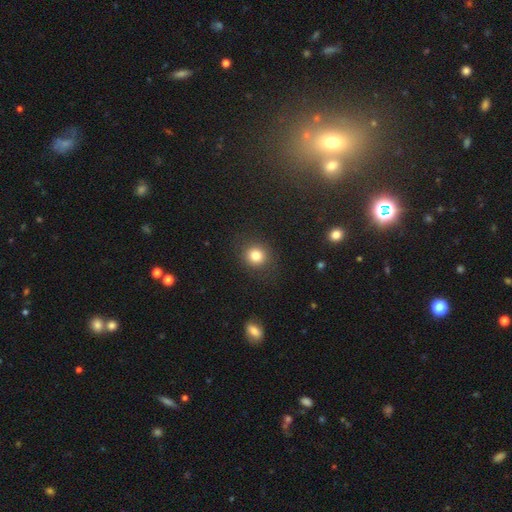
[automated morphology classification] Smooth or featured? smooth (82%)
How rounded? round (85%)
Merging? none (86%)